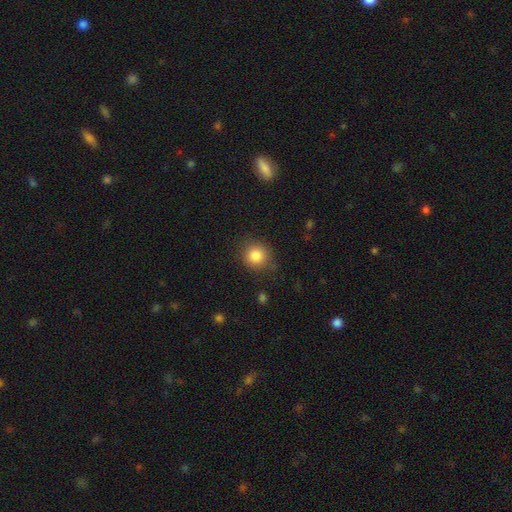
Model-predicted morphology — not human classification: type=smooth (85%); roundness=round (88%); merging=none (82%).